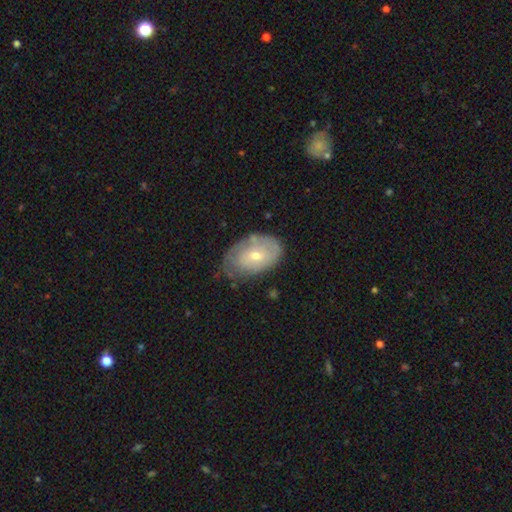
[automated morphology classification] This appears to be a featured or disk galaxy (48%). Merging: none (59%).